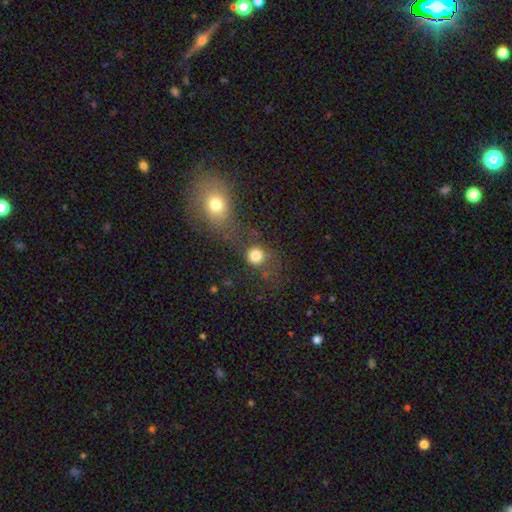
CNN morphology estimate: smooth 79%, star or artifact 13%, featured or disk 7%. Down the decision tree: how rounded — round (84%); merging — none (56%).